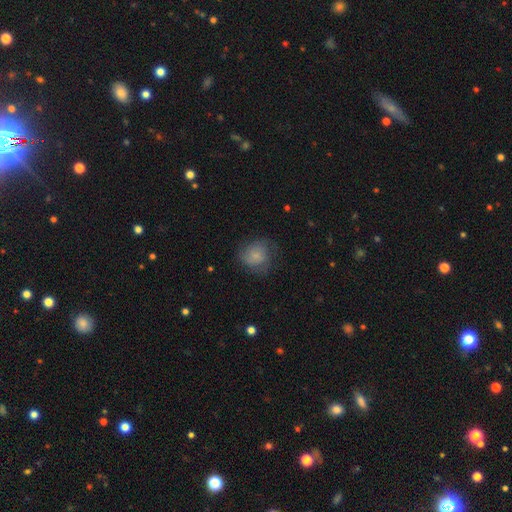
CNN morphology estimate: Q: Smooth or featured?
A: smooth (67%); runner-up: featured or disk (24%)
Q: How rounded?
A: round (81%); runner-up: in between (18%)
Q: Merging?
A: none (62%); runner-up: minor disturbance (24%)